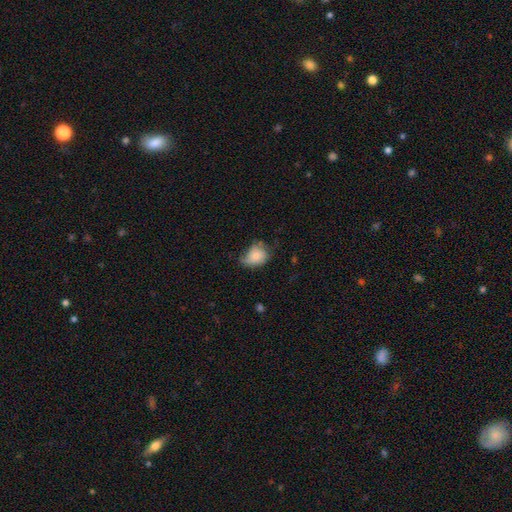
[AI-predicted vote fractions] smooth_or_featured: smooth (p=0.70) [alt: featured or disk p=0.22]
how_rounded: in between (p=0.59) [alt: round p=0.40]
merging: minor disturbance (p=0.39) [alt: none p=0.37]